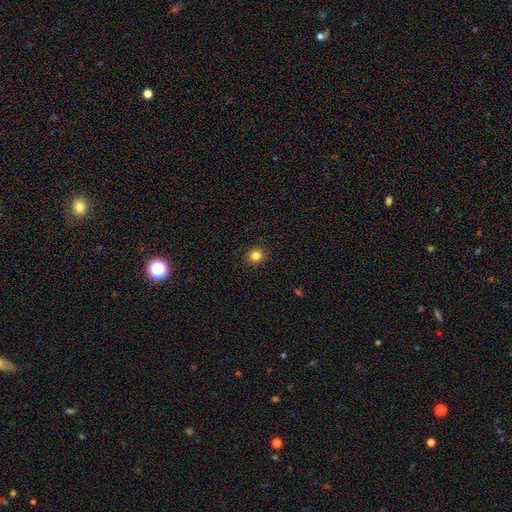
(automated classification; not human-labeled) Overall: smooth (84%). How rounded: round (86%). Merging: none (91%).